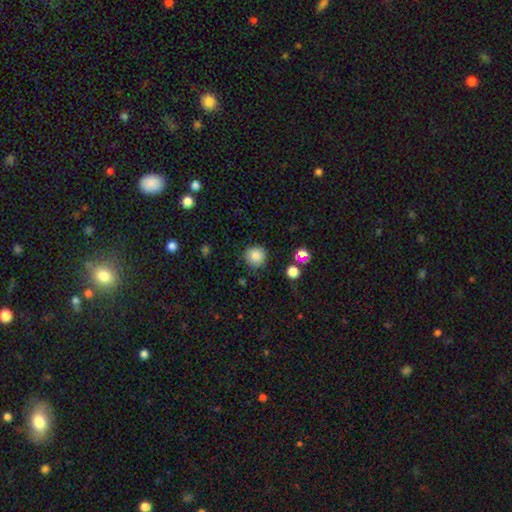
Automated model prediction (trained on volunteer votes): This appears to be a smooth galaxy with no disk features (84%) that is round (94%). Merging: none (86%).